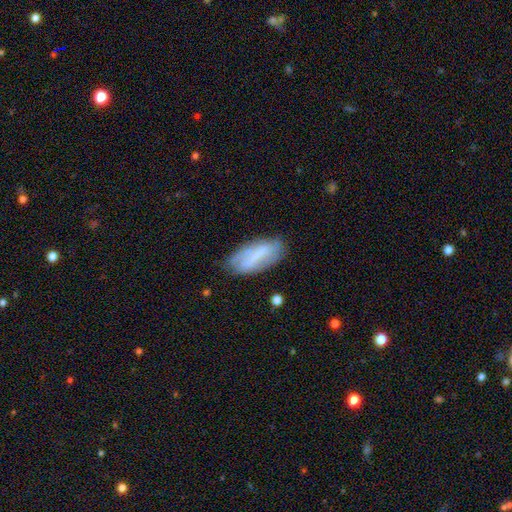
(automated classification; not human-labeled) This is possibly a smooth galaxy (50%). How rounded: clearly in between (81%). Merging: likely none (65%).